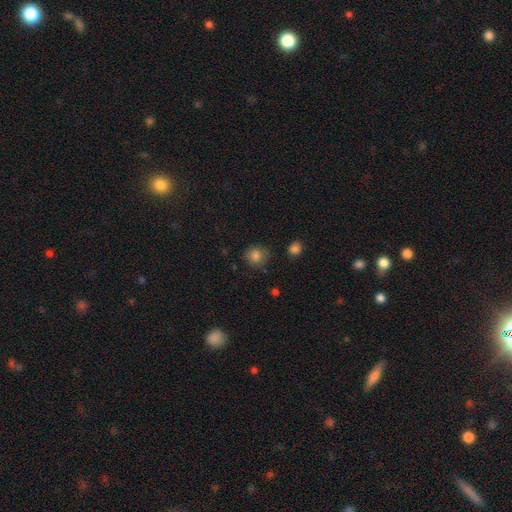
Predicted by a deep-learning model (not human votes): This appears to be a smooth galaxy with no disk features (82%) that is round (83%). Merging: none (78%).